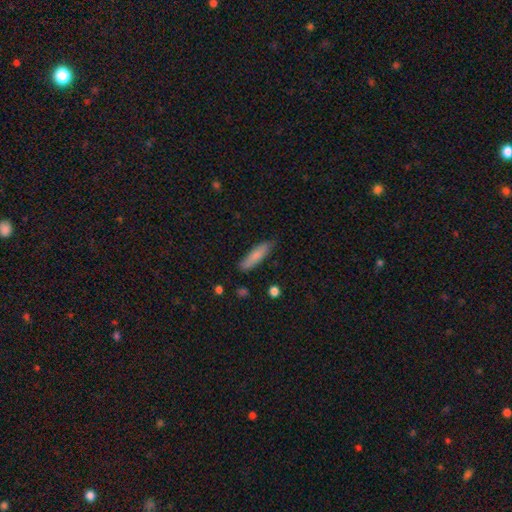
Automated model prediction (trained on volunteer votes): Smooth or featured? Predicted: smooth (p=0.79). How rounded? Predicted: cigar-shaped (p=0.76). Merging? Predicted: none (p=0.81).